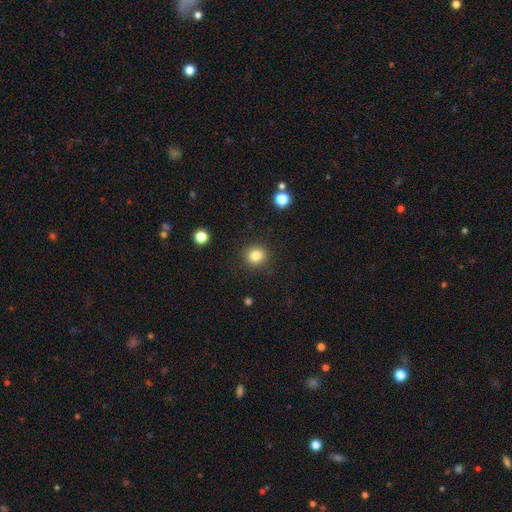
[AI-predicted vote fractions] Smooth or featured? Predicted: smooth (p=0.83). How rounded? Predicted: round (p=0.92). Merging? Predicted: none (p=0.91).